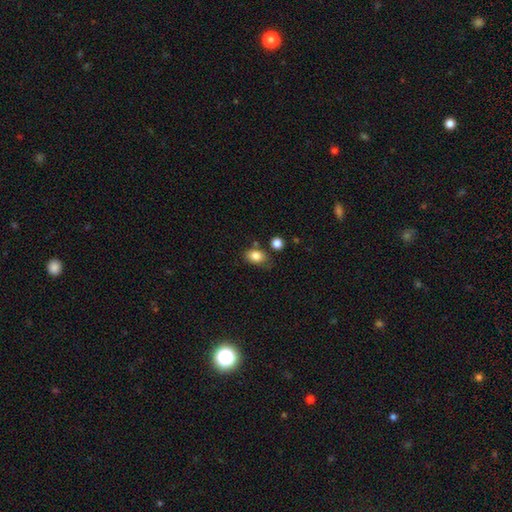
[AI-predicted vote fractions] This appears to be a smooth galaxy with no disk features (83%) that is in between round and cigar-shaped (72%). Merging: none (68%).